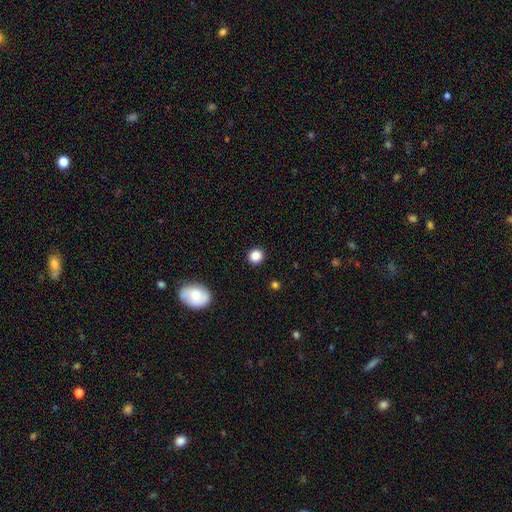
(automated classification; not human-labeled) Smooth or featured?
  - smooth: 86% *
  - star or artifact: 11%
  - featured or disk: 4%
How rounded?
  - round: 89% *
  - in between: 10%
  - cigar-shaped: 1%
Merging?
  - none: 91% *
  - minor disturbance: 6%
  - major disturbance: 2%
  - merger: 1%